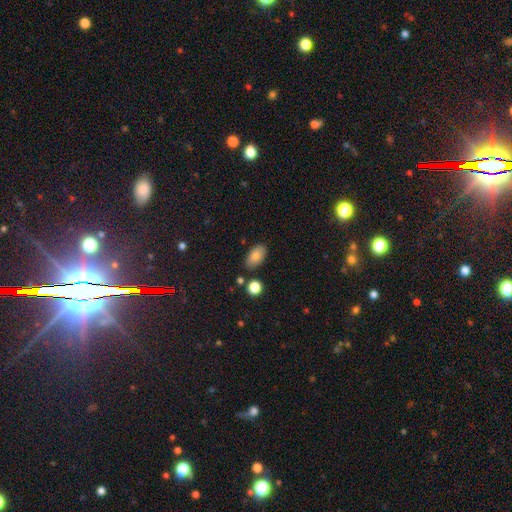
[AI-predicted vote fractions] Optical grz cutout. It shows a smooth galaxy with no disk features (81%) that is in between round and cigar-shaped (92%). Merging: none (82%).